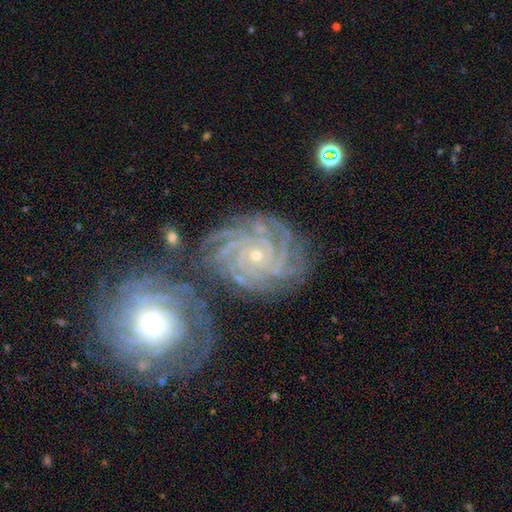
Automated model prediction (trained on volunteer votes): Q: Smooth or featured?
A: featured or disk (88%); runner-up: star or artifact (7%)
Q: Edge-on disk?
A: no (97%); runner-up: yes (3%)
Q: Bar?
A: no (72%); runner-up: weak (20%)
Q: Spiral arms?
A: yes (98%); runner-up: no (2%)
Q: Spiral winding?
A: tight (82%); runner-up: medium (16%)
Q: Spiral arm count?
A: more than 4 (31%); runner-up: 4 (29%)
Q: Bulge size?
A: small (82%); runner-up: moderate (13%)
Q: Merging?
A: none (72%); runner-up: minor disturbance (14%)